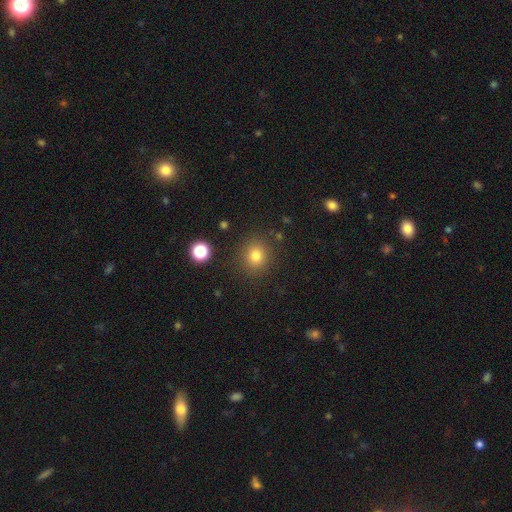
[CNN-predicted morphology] Smooth or featured? smooth (79%)
How rounded? round (81%)
Merging? none (87%)